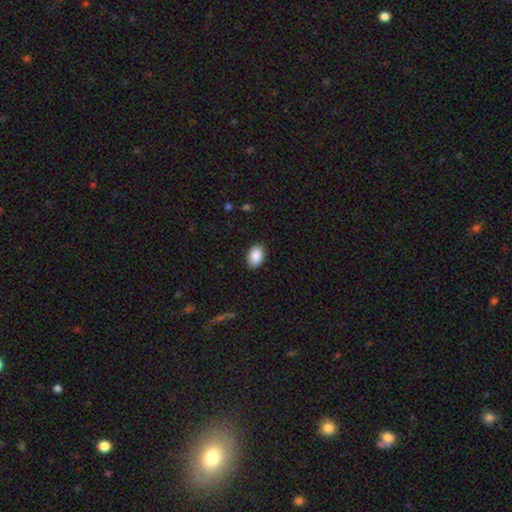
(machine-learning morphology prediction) A smooth galaxy with no disk features (90%) that is in between round and cigar-shaped (89%).

Vote fractions:
- Smooth or featured? smooth: 90% / star or artifact: 7% / featured or disk: 4%
- How rounded? in between: 89% / round: 10% / cigar-shaped: 1%
- Merging? none: 88% / minor disturbance: 9% / major disturbance: 2% / merger: 1%